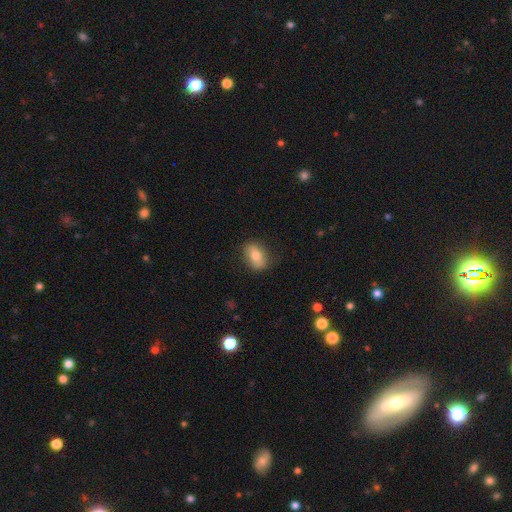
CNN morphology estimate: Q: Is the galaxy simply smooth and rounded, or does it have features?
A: smooth — 73%.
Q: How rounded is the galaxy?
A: in between — 79%.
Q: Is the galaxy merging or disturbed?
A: none — 80%.